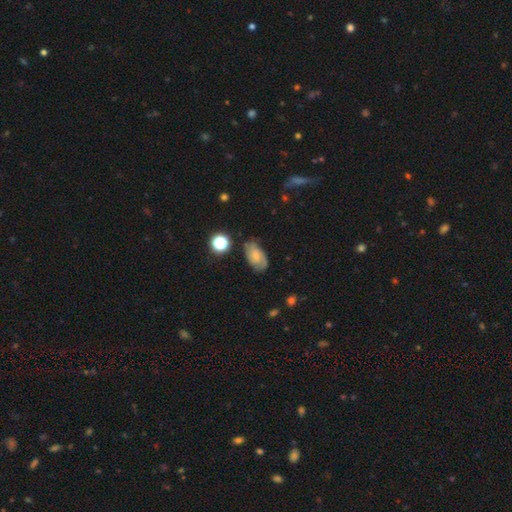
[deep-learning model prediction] Smooth or featured? featured or disk (56%)
Edge-on disk? no (95%)
Bar? no (65%)
Spiral arms? yes (88%)
Bulge size? small (60%)
Merging? none (68%)